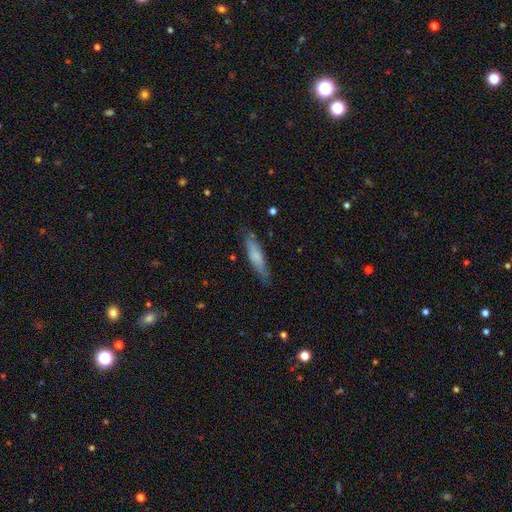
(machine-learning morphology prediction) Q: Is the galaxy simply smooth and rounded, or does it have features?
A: smooth — 66%.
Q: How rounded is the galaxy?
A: cigar-shaped — 78%.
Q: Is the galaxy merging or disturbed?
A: none — 75%.